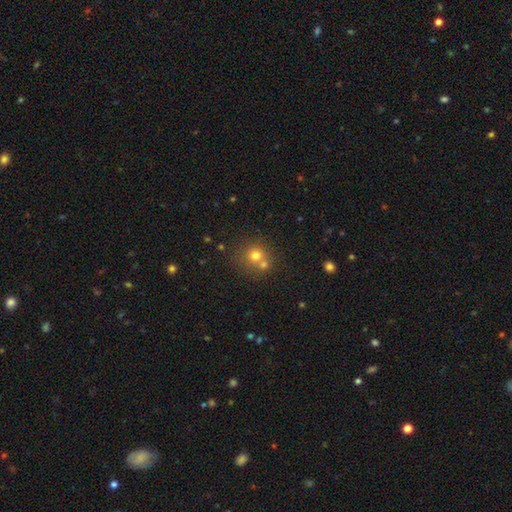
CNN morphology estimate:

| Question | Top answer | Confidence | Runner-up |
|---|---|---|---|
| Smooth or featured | smooth | 72% | star or artifact (15%) |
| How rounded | round | 88% | in between (11%) |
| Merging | none | 53% | merger (37%) |